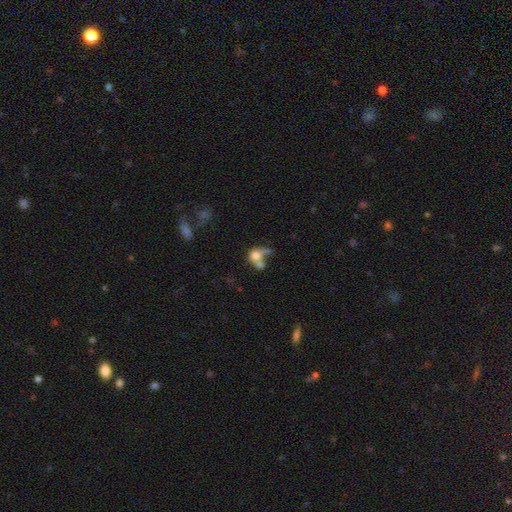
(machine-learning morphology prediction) smooth 61%, featured or disk 28%, star or artifact 11%. Down the decision tree: how rounded — round (59%); merging — merger (50%).